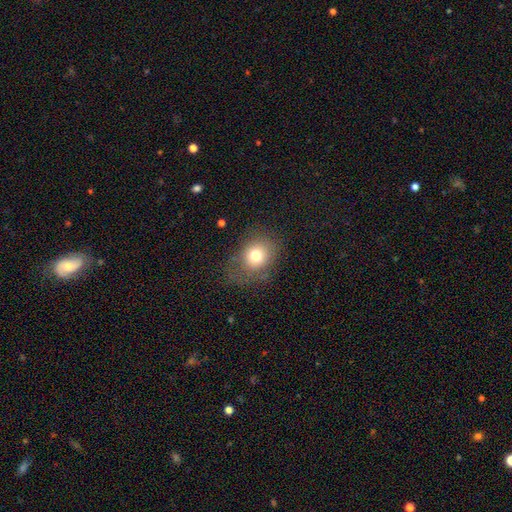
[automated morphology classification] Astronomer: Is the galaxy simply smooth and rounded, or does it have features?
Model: smooth — 75%.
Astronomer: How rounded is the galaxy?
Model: round — 59% (runner-up: in between, 40%).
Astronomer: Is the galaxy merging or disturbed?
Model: none — 64%.